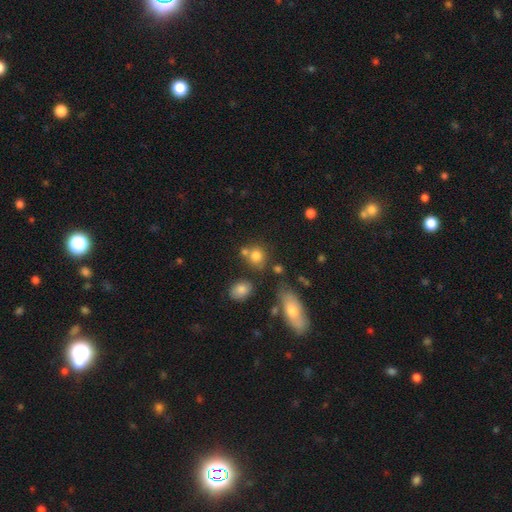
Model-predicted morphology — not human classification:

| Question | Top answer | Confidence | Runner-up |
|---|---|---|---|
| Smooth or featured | smooth | 79% | star or artifact (12%) |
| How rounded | round | 75% | in between (23%) |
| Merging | none | 59% | merger (24%) |